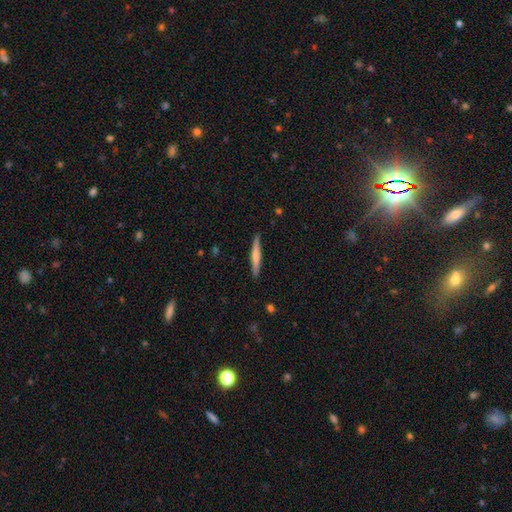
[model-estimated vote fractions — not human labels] smooth-or-featured: smooth: 54% | featured or disk: 40% | star or artifact: 5%
  how-rounded: cigar-shaped: 95% | in between: 4% | round: 1%
  merging: none: 90% | minor disturbance: 7% | major disturbance: 1% | merger: 1%